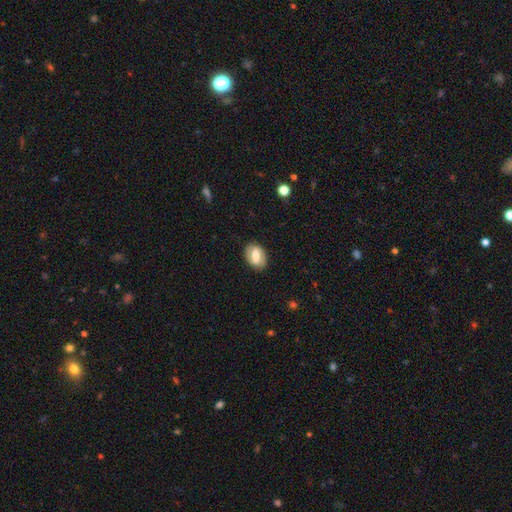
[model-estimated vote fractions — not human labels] Smooth or featured: smooth — 52% (featured or disk — 40%)
How rounded: in between — 82% (round — 16%)
Merging: none — 84% (minor disturbance — 11%)